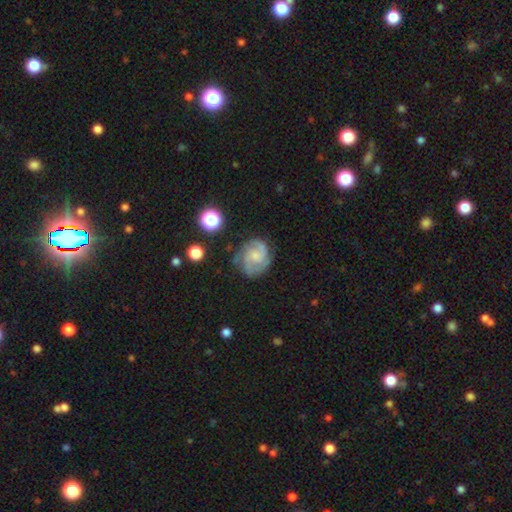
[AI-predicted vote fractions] Smooth or featured?
  - featured or disk: 81% *
  - smooth: 13%
  - star or artifact: 6%
Edge-on disk?
  - no: 98% *
  - yes: 2%
Bar?
  - no: 59% *
  - weak: 36%
  - strong: 5%
Spiral arms?
  - yes: 96% *
  - no: 4%
Spiral winding?
  - medium: 45% * (tied)
  - tight: 45% * (tied)
  - loose: 10%
Spiral arm count?
  - 2: 55% *
  - 3: 23%
  - can't tell: 13%
  - 1: 3%
  - 4: 3%
  - more than 4: 3%
Bulge size?
  - small: 45% *
  - moderate: 27%
  - none: 22%
  - large: 4%
  - dominant: 1%
Merging?
  - none: 72% *
  - minor disturbance: 18%
  - major disturbance: 8%
  - merger: 2%